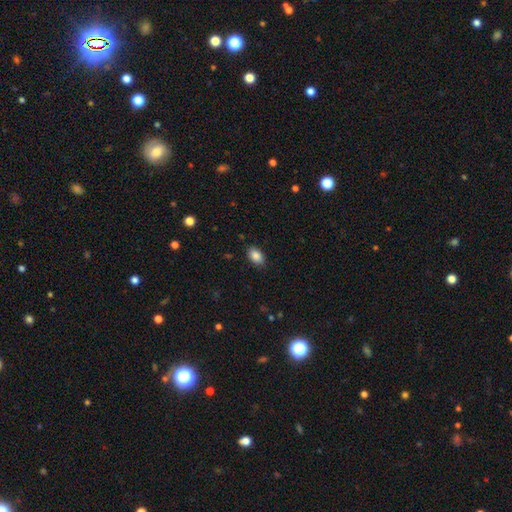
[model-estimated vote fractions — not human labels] Smooth or featured? smooth (87%)
How rounded? in between (90%)
Merging? none (87%)